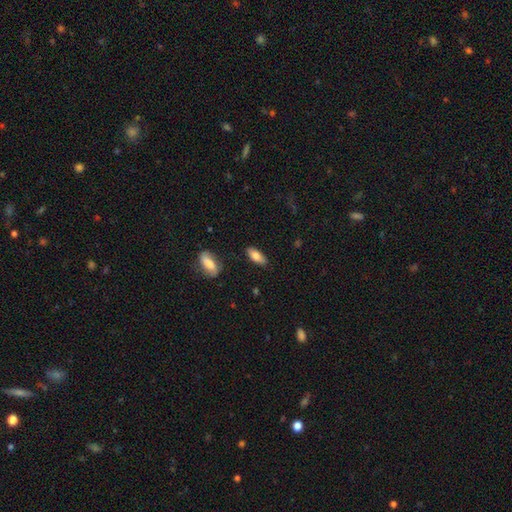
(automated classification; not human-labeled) A smooth galaxy with no disk features (82%) that is in between round and cigar-shaped (81%). Merging: none (85%).